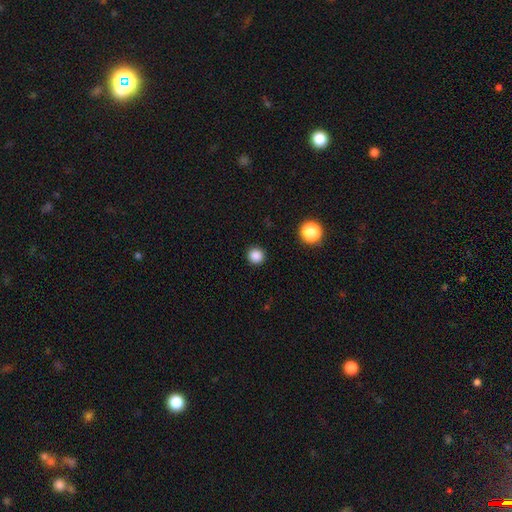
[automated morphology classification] Q: Smooth or featured?
A: smooth (86%); runner-up: star or artifact (12%)
Q: How rounded?
A: round (95%); runner-up: in between (4%)
Q: Merging?
A: none (93%); runner-up: minor disturbance (4%)